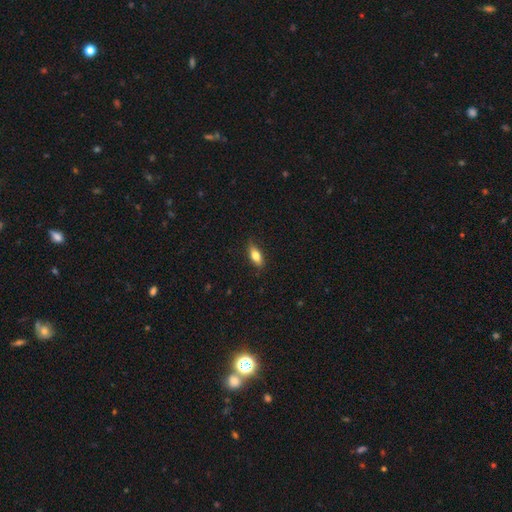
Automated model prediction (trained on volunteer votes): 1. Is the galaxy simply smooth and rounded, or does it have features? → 75% smooth, 18% featured or disk, 7% star or artifact.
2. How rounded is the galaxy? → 75% in between, 22% cigar-shaped, 3% round.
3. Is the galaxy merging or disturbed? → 83% none, 13% minor disturbance, 3% major disturbance, 1% merger.